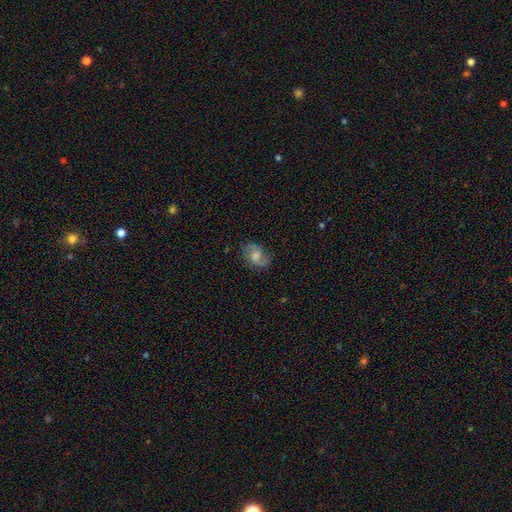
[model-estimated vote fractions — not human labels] featured or disk 72%, smooth 19%, star or artifact 9%. Down the decision tree: edge-on disk — no (97%); bar — no (54%); spiral arms — yes (94%); spiral arm count — 2 (88%); spiral winding — medium (49%); bulge size — moderate (54%); merging — none (79%).